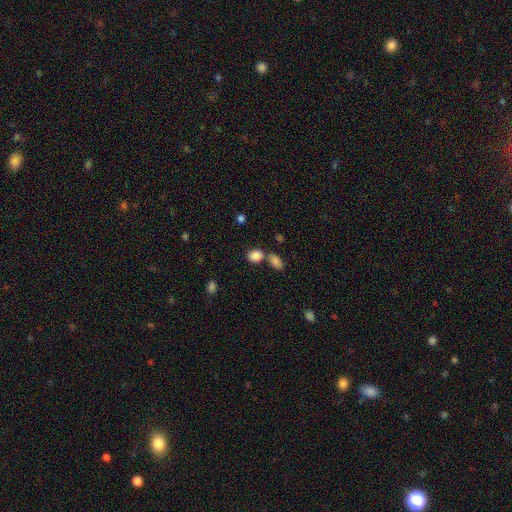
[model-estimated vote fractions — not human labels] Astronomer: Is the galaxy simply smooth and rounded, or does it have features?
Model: smooth — 86%.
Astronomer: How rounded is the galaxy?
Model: in between — 60% (runner-up: round, 38%).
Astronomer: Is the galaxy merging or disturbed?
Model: none — 53% (runner-up: merger, 32%).